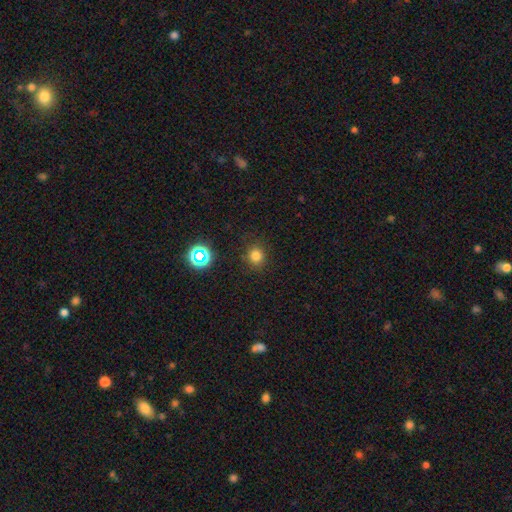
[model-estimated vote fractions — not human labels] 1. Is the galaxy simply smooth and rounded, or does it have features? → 77% smooth, 17% star or artifact, 5% featured or disk.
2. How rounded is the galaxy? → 85% round, 14% in between, 1% cigar-shaped.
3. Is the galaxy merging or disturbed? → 87% none, 9% minor disturbance, 3% major disturbance, 1% merger.